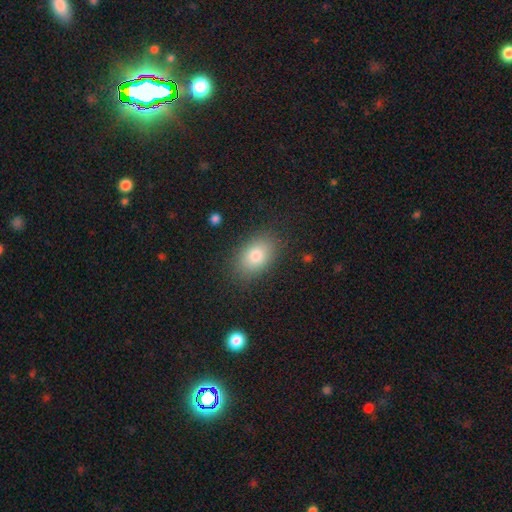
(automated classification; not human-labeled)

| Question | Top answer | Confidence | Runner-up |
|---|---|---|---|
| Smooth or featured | smooth | 82% | featured or disk (10%) |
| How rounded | in between | 85% | round (13%) |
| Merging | none | 85% | minor disturbance (10%) |